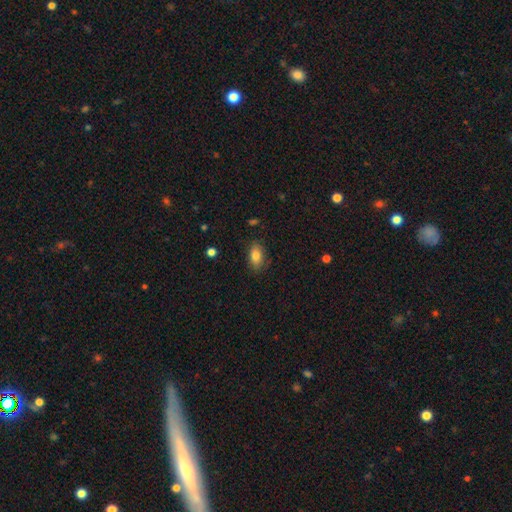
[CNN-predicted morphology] Overall: smooth (82%). How rounded: in between (88%). Merging: none (82%).